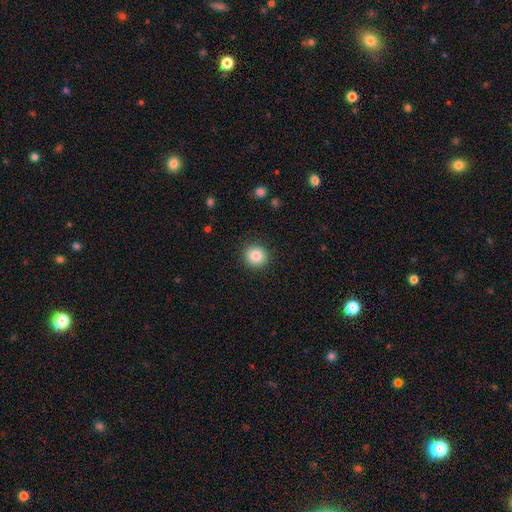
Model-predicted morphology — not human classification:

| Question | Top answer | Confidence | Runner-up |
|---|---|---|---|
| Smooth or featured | smooth | 87% | star or artifact (9%) |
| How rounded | round | 93% | in between (6%) |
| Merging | none | 91% | minor disturbance (6%) |